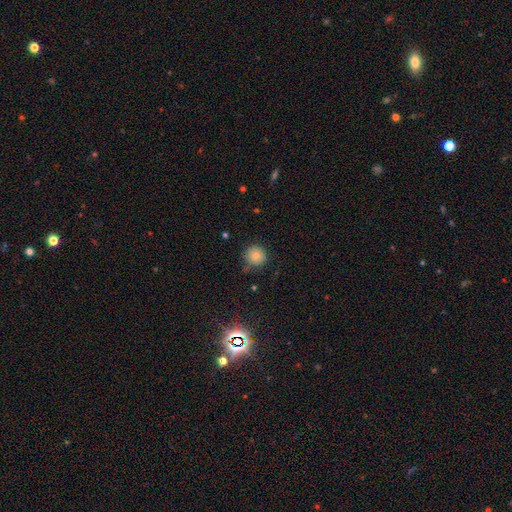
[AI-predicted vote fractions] Q: Smooth or featured?
A: smooth (76%); runner-up: star or artifact (13%)
Q: How rounded?
A: round (93%); runner-up: in between (6%)
Q: Merging?
A: none (79%); runner-up: minor disturbance (16%)